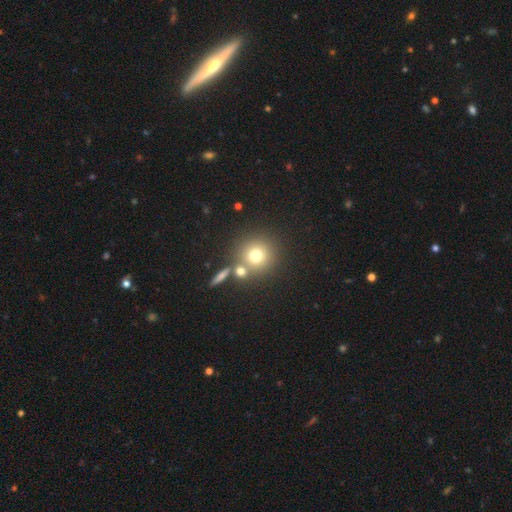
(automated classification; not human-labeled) smooth 72%, star or artifact 15%, featured or disk 13%. Down the decision tree: how rounded — round (92%); merging — none (68%).